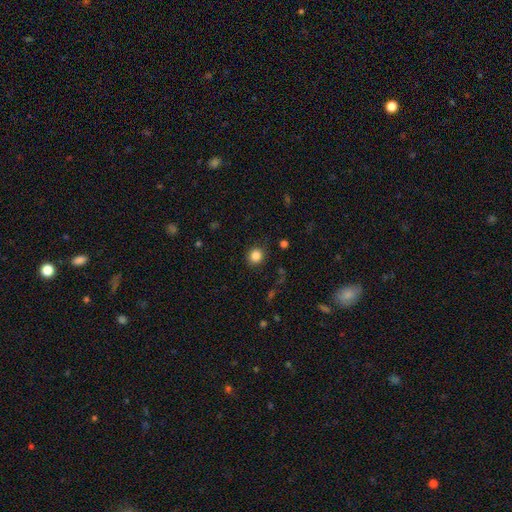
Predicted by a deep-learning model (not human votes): Smooth or featured: smooth — 84% (star or artifact — 11%)
How rounded: round — 87% (in between — 12%)
Merging: none — 88% (minor disturbance — 8%)